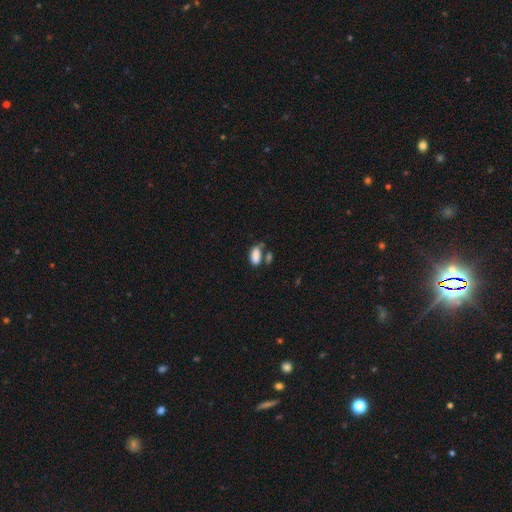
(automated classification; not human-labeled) This is clearly a smooth galaxy (85%). How rounded: clearly in between (89%). Merging: possibly none (49%).